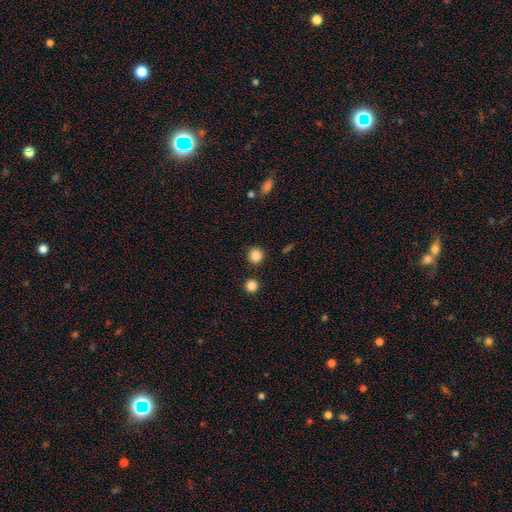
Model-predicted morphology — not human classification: smooth-or-featured: smooth: 86% | star or artifact: 11% | featured or disk: 3%
  how-rounded: round: 90% | in between: 9% | cigar-shaped: 1%
  merging: none: 87% | minor disturbance: 7% | merger: 4% | major disturbance: 3%